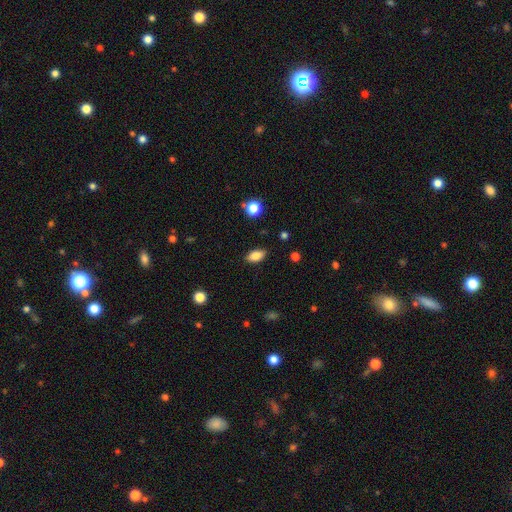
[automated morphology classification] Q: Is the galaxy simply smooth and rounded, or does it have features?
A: smooth — 83%.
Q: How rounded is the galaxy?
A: in between — 89%.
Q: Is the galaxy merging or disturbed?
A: none — 86%.